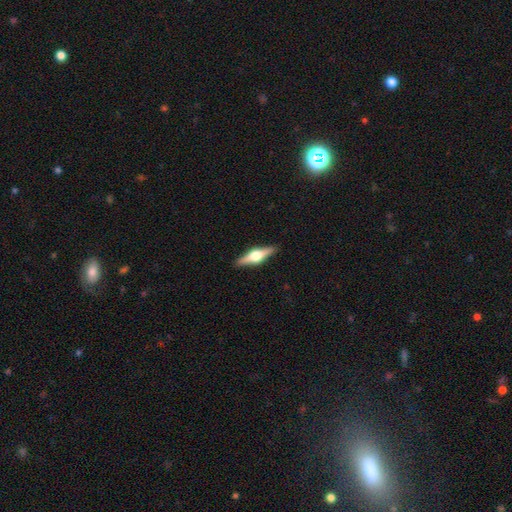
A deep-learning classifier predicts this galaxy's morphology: A featured or disk galaxy (72%) viewed edge-on (97%) with a rounded central bulge (94%). Merging: none (91%).